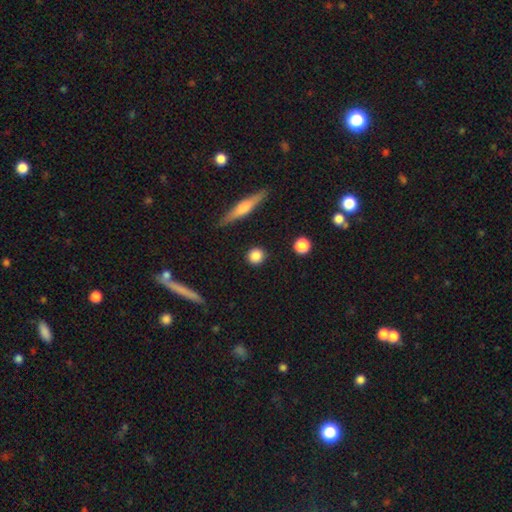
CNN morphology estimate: Overall: smooth (84%). How rounded: round (91%). Merging: none (89%).